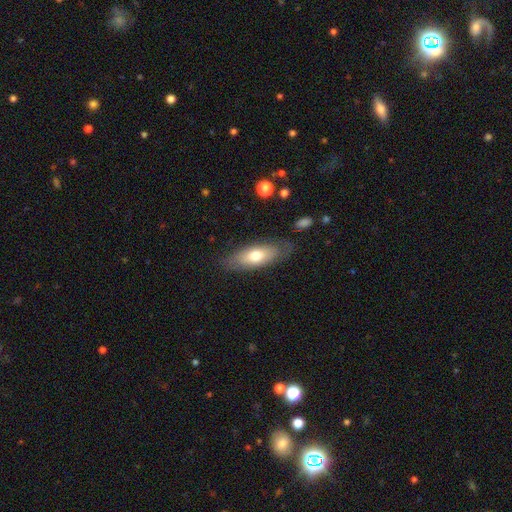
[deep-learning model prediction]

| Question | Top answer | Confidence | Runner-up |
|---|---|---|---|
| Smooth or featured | smooth | 65% | featured or disk (29%) |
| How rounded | in between | 74% | cigar-shaped (24%) |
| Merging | none | 77% | minor disturbance (16%) |